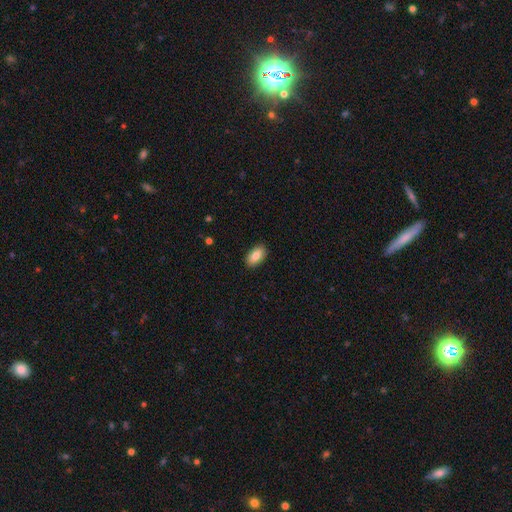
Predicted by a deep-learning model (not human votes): Smooth or featured? smooth (83%)
How rounded? in between (92%)
Merging? none (89%)